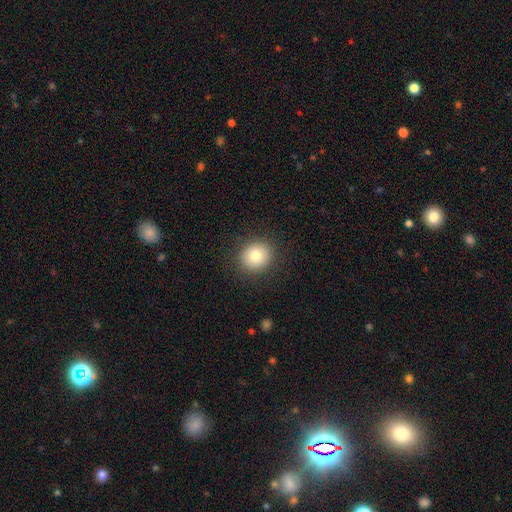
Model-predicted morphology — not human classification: Smooth or featured: smooth — 80% (star or artifact — 10%)
How rounded: round — 85% (in between — 15%)
Merging: none — 89% (minor disturbance — 7%)